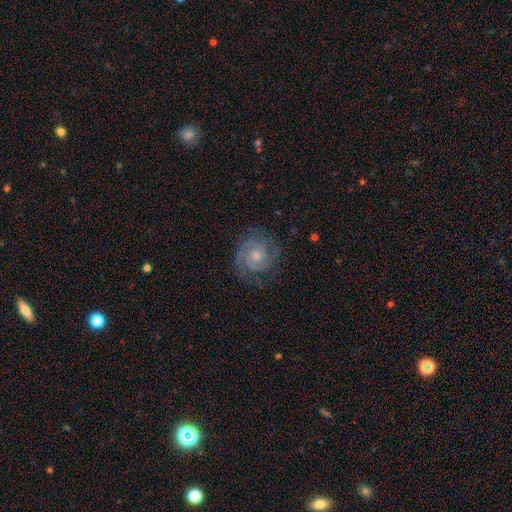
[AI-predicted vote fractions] Smooth or featured?
  - featured or disk: 84% *
  - smooth: 10%
  - star or artifact: 6%
Edge-on disk?
  - no: 98% *
  - yes: 2%
Bar?
  - no: 70% *
  - weak: 26%
  - strong: 4%
Spiral arms?
  - yes: 97% *
  - no: 3%
Spiral winding?
  - tight: 63% *
  - medium: 31%
  - loose: 6%
Spiral arm count?
  - 2: 64% *
  - 3: 15%
  - can't tell: 12%
  - 1: 3%
  - 4: 3%
  - more than 4: 3%
Bulge size?
  - small: 48% *
  - moderate: 44%
  - none: 4%
  - large: 3%
  - dominant: 1%
Merging?
  - none: 77% *
  - minor disturbance: 15%
  - major disturbance: 7%
  - merger: 1%